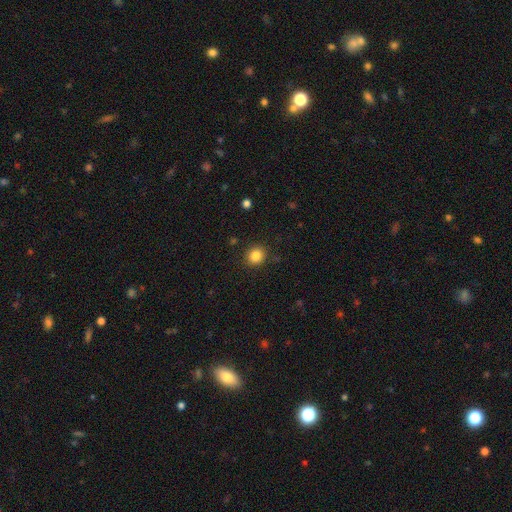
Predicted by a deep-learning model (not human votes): This is clearly a smooth galaxy (85%). How rounded: clearly round (83%). Merging: clearly none (89%).